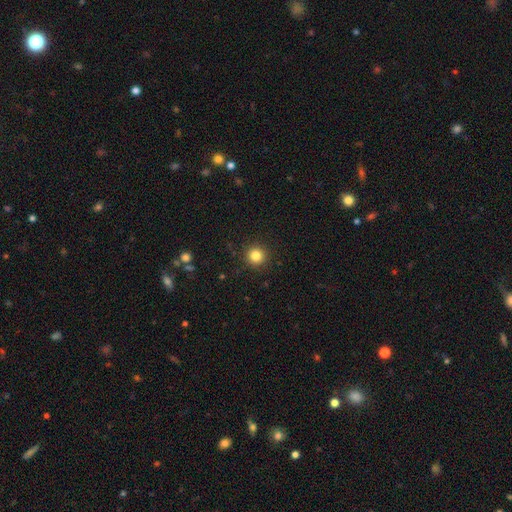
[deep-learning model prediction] Smooth or featured: smooth — 83% (star or artifact — 12%)
How rounded: round — 95% (in between — 4%)
Merging: none — 92% (minor disturbance — 5%)